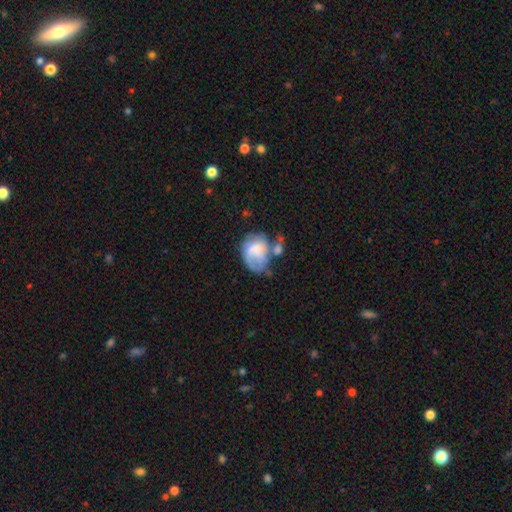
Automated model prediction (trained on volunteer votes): Smooth or featured? Predicted: smooth (p=0.52). How rounded? Predicted: in between (p=0.64). Merging? Predicted: major disturbance (p=0.27).